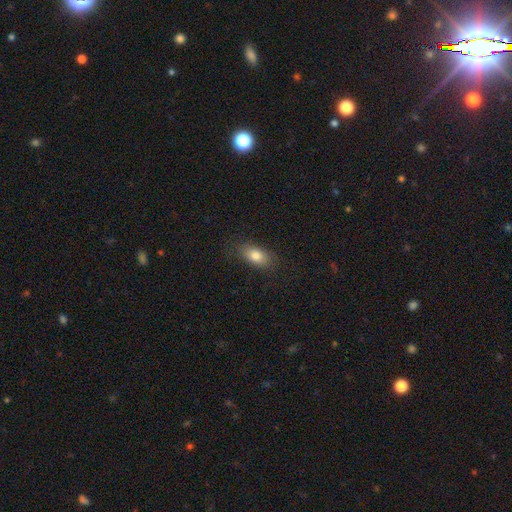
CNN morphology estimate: Smooth or featured? Predicted: smooth (p=0.81). How rounded? Predicted: in between (p=0.87). Merging? Predicted: none (p=0.83).